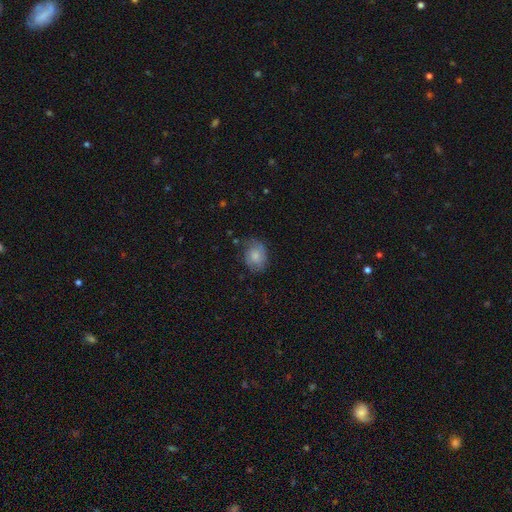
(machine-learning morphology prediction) smooth_or_featured: smooth (p=0.62) [alt: featured or disk p=0.30]
how_rounded: in between (p=0.53) [alt: round p=0.46]
merging: none (p=0.64) [alt: minor disturbance p=0.25]